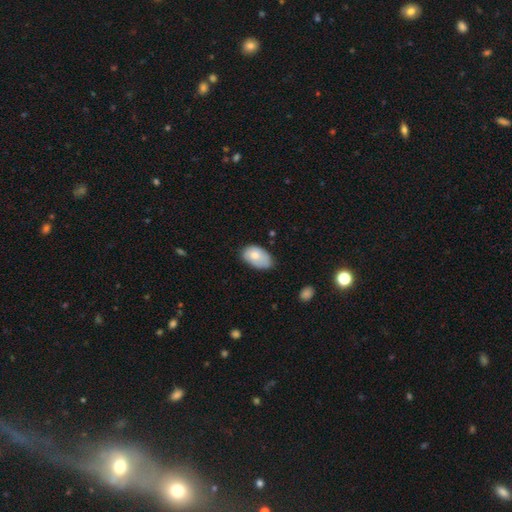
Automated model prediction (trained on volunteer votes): Smooth or featured? Predicted: smooth (p=0.77). How rounded? Predicted: in between (p=0.92). Merging? Predicted: none (p=0.54).